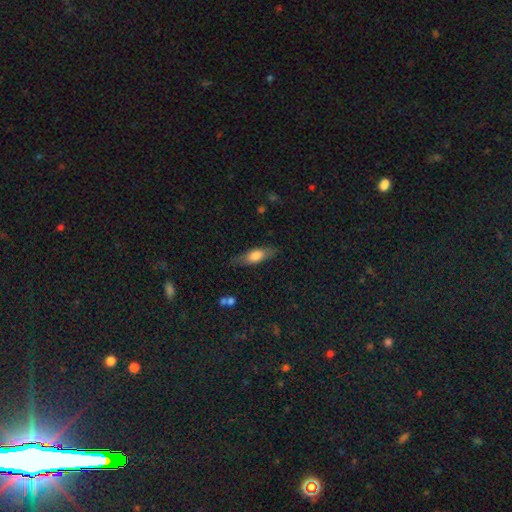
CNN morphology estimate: The model was most divided on "how rounded": in between: 59%, cigar-shaped: 38%, round: 3%. More confident: merging — none (76%); smooth or featured — smooth (66%).